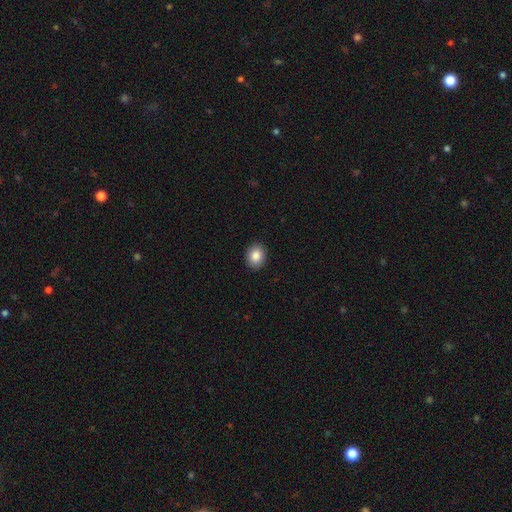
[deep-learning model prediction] smooth-or-featured: smooth: 86% | star or artifact: 8% | featured or disk: 6%
  how-rounded: in between: 52% | round: 47% | cigar-shaped: 1%
  merging: none: 91% | minor disturbance: 7% | major disturbance: 2% | merger: 1%